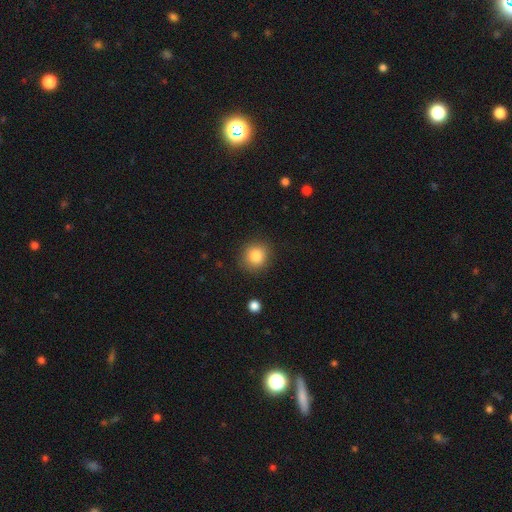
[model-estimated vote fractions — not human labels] smooth-or-featured: smooth: 84% | star or artifact: 10% | featured or disk: 6%
  how-rounded: round: 87% | in between: 12% | cigar-shaped: 1%
  merging: none: 87% | minor disturbance: 9% | major disturbance: 3% | merger: 1%